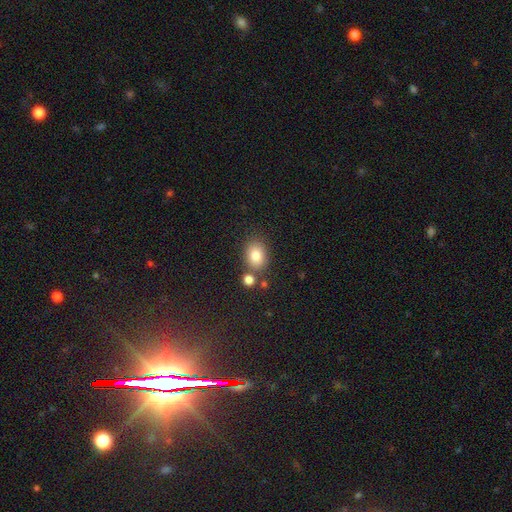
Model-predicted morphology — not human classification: Smooth or featured? smooth (83%)
How rounded? in between (61%)
Merging? none (71%)